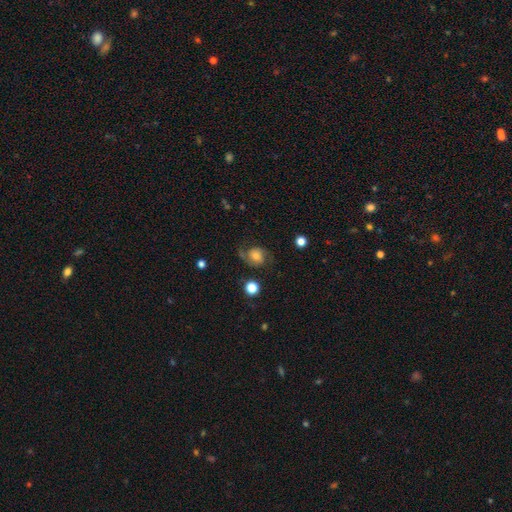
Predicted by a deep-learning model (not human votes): This appears to be a featured or disk galaxy (65%) with no bar (66%), 2 (88%) medium (45%) spiral arms (93%) and a moderate central bulge (47%). Merging: none (67%).